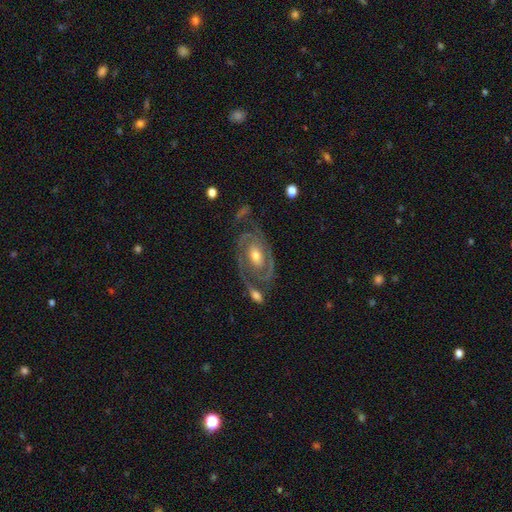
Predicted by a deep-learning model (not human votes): Smooth or featured? featured or disk (87%)
Edge-on disk? no (96%)
Bar? no (59%)
Spiral arms? yes (93%)
Spiral winding? tight (64%)
Spiral arm count? 2 (75%)
Bulge size? moderate (65%)
Merging? none (68%)